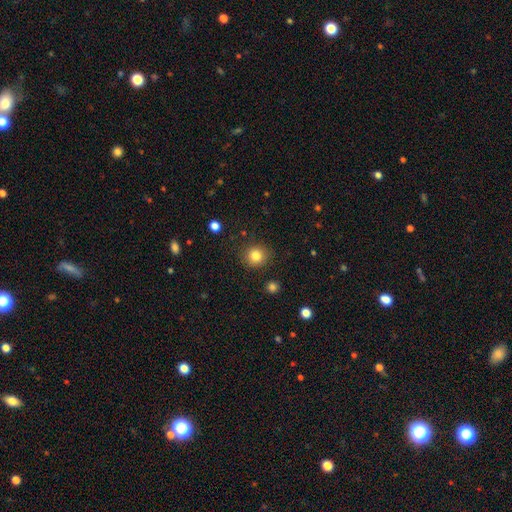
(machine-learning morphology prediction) The model was most divided on "smooth or featured": smooth: 83%, star or artifact: 11%, featured or disk: 6%. More confident: how rounded — round (87%); merging — none (87%).